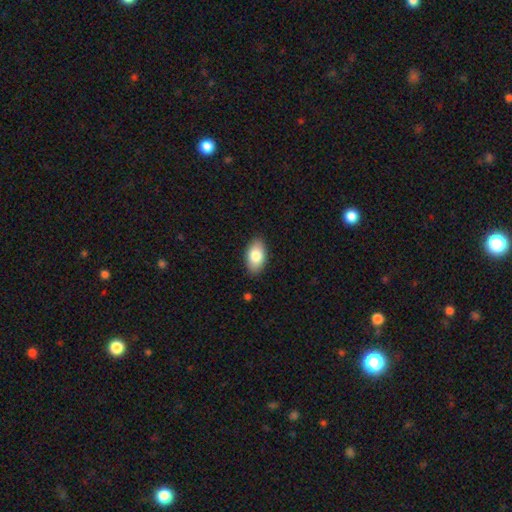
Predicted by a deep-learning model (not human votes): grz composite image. It shows a smooth galaxy with no disk features (82%) that is in between round and cigar-shaped (93%). Merging: none (87%).